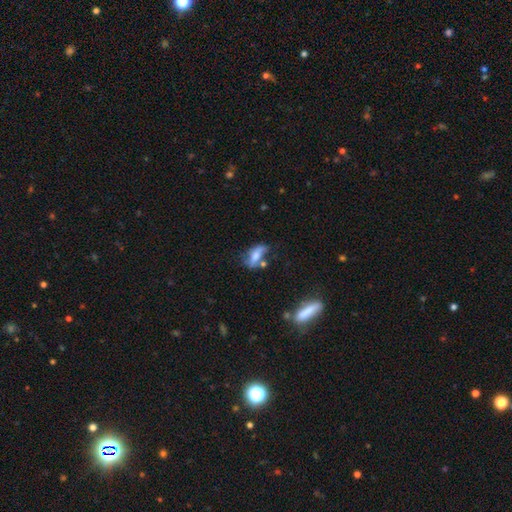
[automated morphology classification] This is possibly a smooth galaxy (46%). Merging: marginally none (40%).